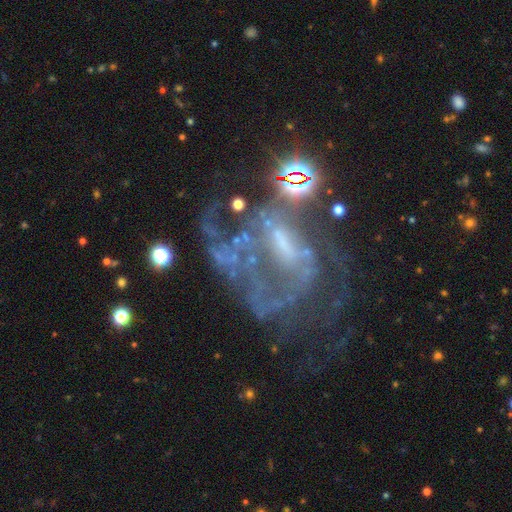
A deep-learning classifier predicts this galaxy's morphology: featured or disk 73%, star or artifact 18%, smooth 9%. Down the decision tree: edge-on disk — no (97%); bar — no (46%); spiral arms — yes (63%); bulge size — none (44%); merging — major disturbance (38%).